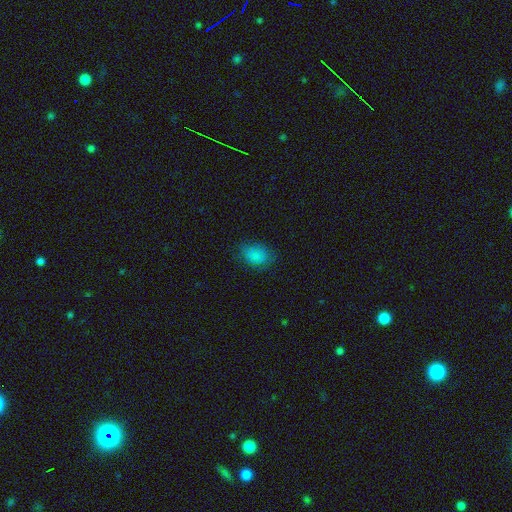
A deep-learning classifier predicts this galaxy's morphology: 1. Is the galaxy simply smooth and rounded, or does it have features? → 83% smooth, 10% star or artifact, 7% featured or disk.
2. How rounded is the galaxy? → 70% in between, 28% round, 1% cigar-shaped.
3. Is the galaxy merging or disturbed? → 74% none, 19% minor disturbance, 6% major disturbance, 1% merger.